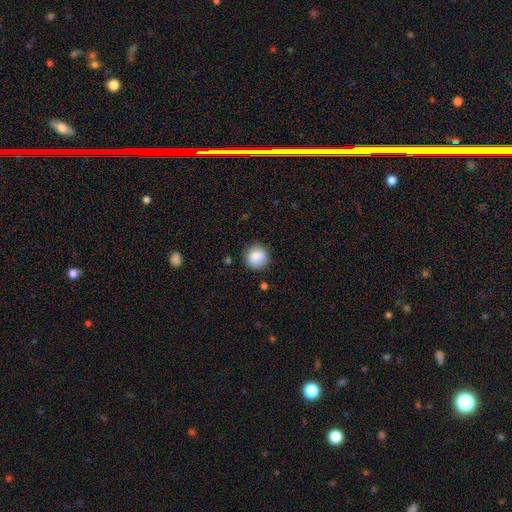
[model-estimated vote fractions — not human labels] This is clearly a smooth galaxy (86%). How rounded: clearly round (92%). Merging: clearly none (85%).